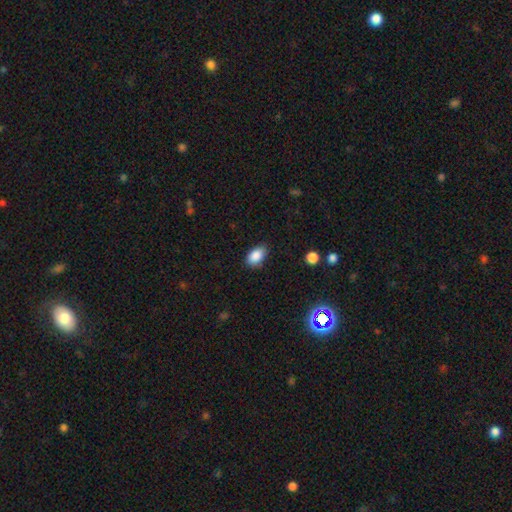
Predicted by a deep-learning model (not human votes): smooth 87%, star or artifact 8%, featured or disk 4%. Down the decision tree: how rounded — in between (89%); merging — none (79%).